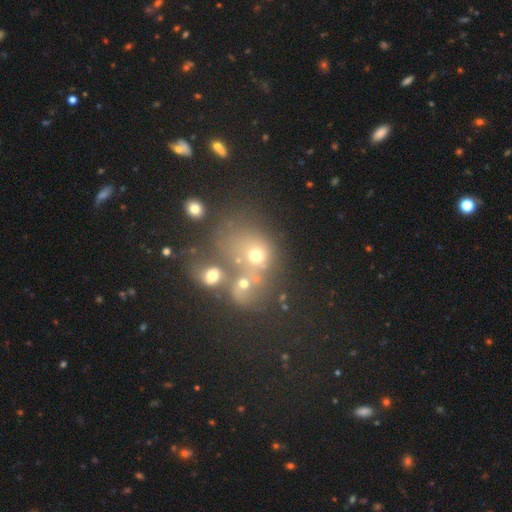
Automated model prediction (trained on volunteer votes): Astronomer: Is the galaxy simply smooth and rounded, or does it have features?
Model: smooth — 55%.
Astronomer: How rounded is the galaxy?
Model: round — 61% (runner-up: in between, 38%).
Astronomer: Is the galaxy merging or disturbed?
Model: merger — 55%.